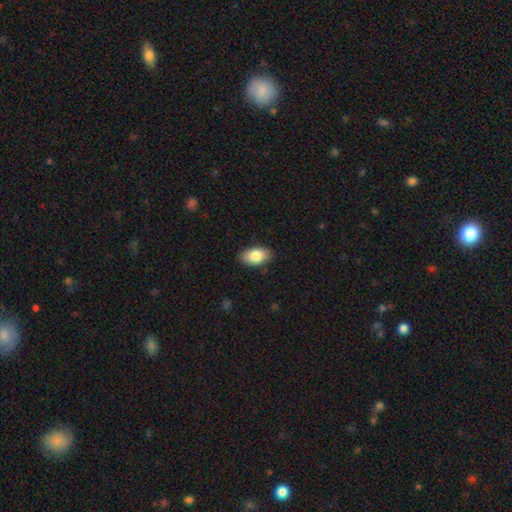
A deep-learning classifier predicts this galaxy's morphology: Smooth or featured? Predicted: smooth (p=0.84). How rounded? Predicted: in between (p=0.93). Merging? Predicted: none (p=0.87).